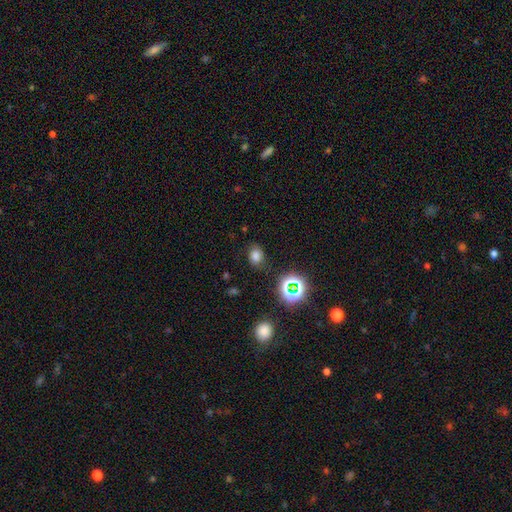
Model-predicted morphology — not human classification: A smooth galaxy with no disk features (69%) that is in between round and cigar-shaped (57%). Merging: none (75%).